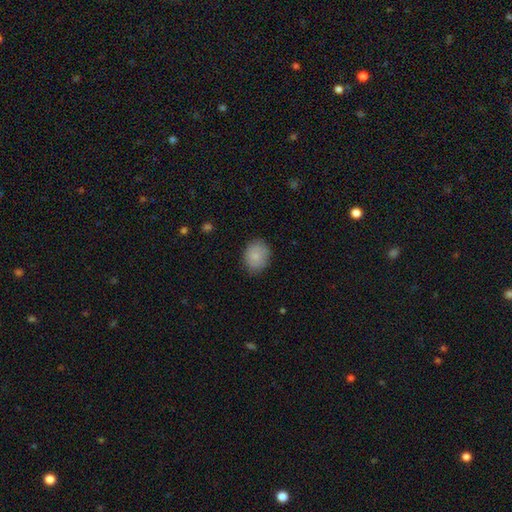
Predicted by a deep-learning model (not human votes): This appears to be a smooth galaxy with no disk features (84%) that is round (51%). Merging: none (81%).